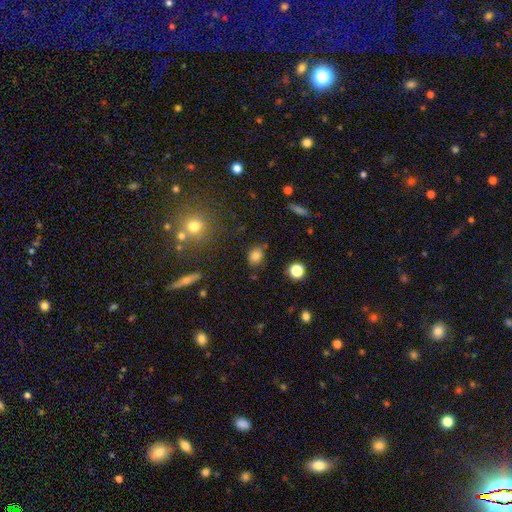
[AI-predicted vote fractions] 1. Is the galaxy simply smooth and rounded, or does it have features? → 79% smooth, 14% star or artifact, 7% featured or disk.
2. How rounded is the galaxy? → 51% round, 48% in between, 2% cigar-shaped.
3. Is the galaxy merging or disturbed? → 74% none, 18% minor disturbance, 5% major disturbance, 4% merger.